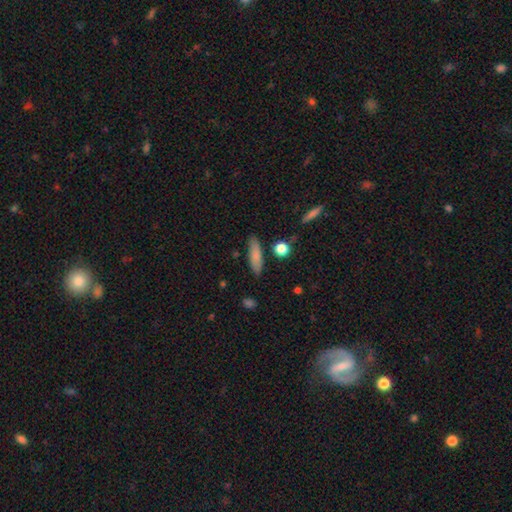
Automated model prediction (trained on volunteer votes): Q: Smooth or featured?
A: smooth (81%); runner-up: featured or disk (12%)
Q: How rounded?
A: cigar-shaped (60%); runner-up: in between (38%)
Q: Merging?
A: none (84%); runner-up: minor disturbance (10%)